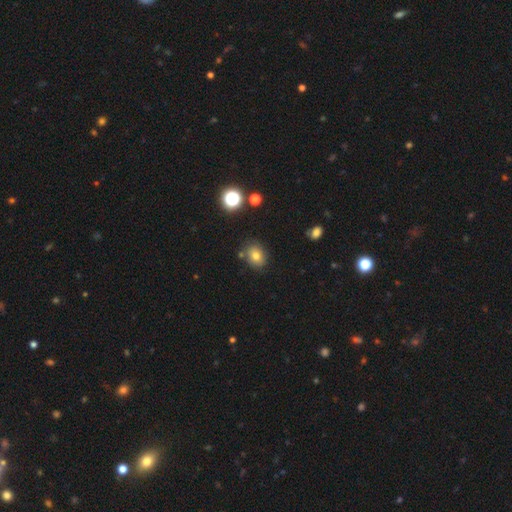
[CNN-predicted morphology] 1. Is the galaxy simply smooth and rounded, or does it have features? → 75% smooth, 14% star or artifact, 11% featured or disk.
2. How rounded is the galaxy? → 58% round, 41% in between, 1% cigar-shaped.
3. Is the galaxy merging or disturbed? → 79% none, 12% minor disturbance, 7% merger, 3% major disturbance.